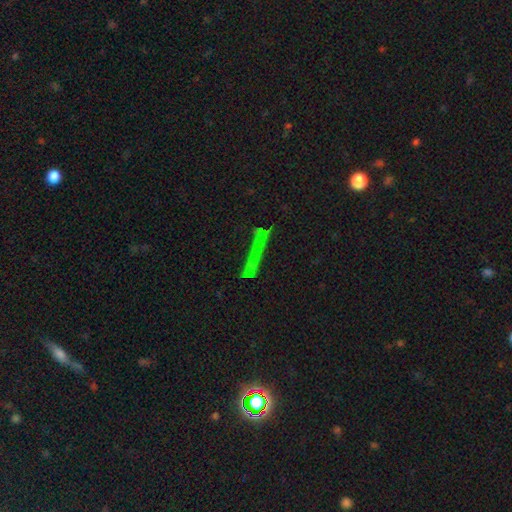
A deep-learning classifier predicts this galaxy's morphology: smooth-or-featured: star or artifact: 36% | smooth: 35% | featured or disk: 29%